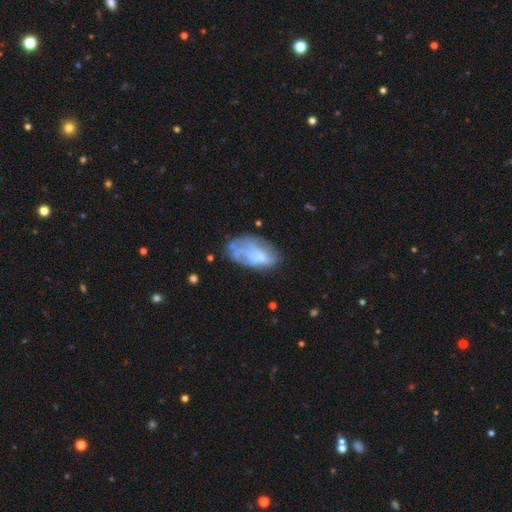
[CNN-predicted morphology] Smooth or featured? Predicted: featured or disk (p=0.48). Merging? Predicted: none (p=0.45).